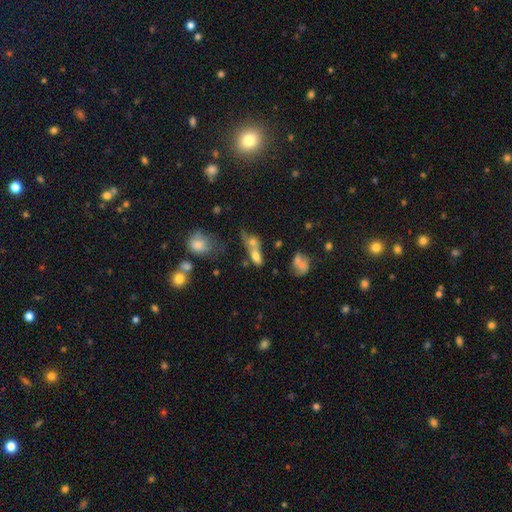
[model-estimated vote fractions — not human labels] The model was most divided on "merging": merger: 53%, none: 26%, minor disturbance: 11%, major disturbance: 10%. More confident: how rounded — in between (64%); smooth or featured — smooth (62%).